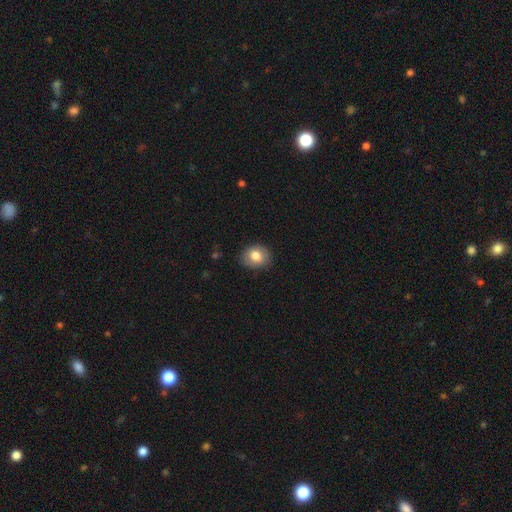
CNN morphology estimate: type=smooth (79%); roundness=round (60%); merging=none (83%).